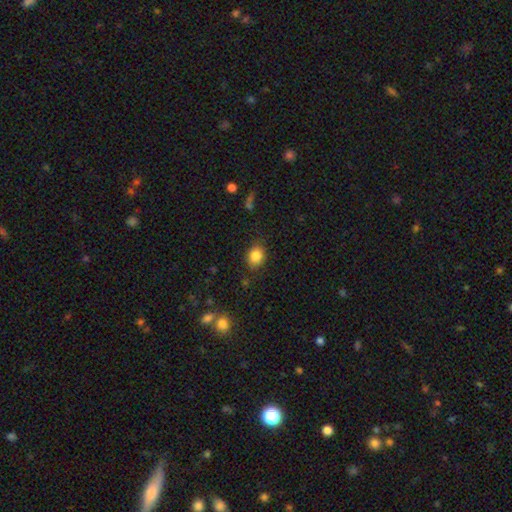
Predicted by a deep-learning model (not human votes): Smooth or featured?
  - smooth: 85% *
  - star or artifact: 10%
  - featured or disk: 6%
How rounded?
  - round: 50% *
  - in between: 49%
  - cigar-shaped: 1%
Merging?
  - none: 81% *
  - minor disturbance: 13%
  - major disturbance: 3%
  - merger: 2%